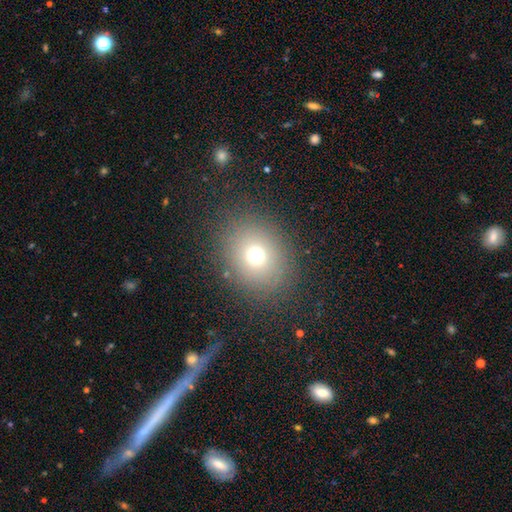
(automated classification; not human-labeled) Morphology: type=smooth (69%); roundness=round (66%); merging=none (85%).